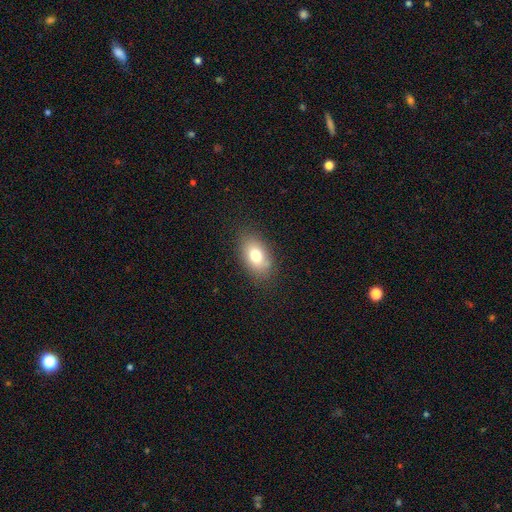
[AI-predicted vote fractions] Morphology: type=smooth (76%); roundness=in between (87%); merging=none (82%).